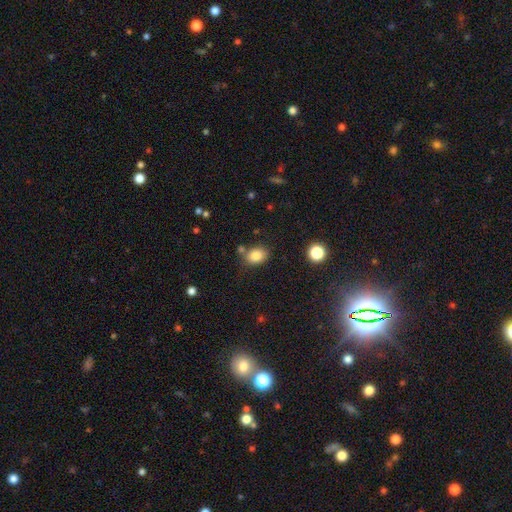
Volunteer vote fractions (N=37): A smooth galaxy with no disk features (92%) that is in between round and cigar-shaped (62%).

Vote fractions:
- Smooth or featured? smooth: 92% / star or artifact: 5% / featured or disk: 3%
- How rounded? in between: 62% / round: 35% / cigar-shaped: 3%
- Merging? none: 57% / minor disturbance: 14% / major disturbance: 14% / merger: 14%